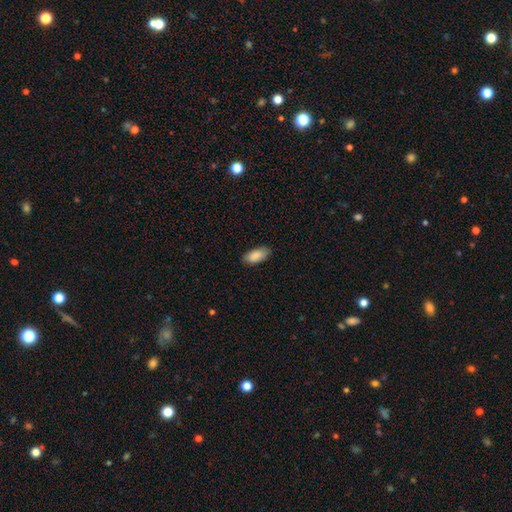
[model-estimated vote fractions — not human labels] smooth-or-featured: smooth: 89% | star or artifact: 6% | featured or disk: 5%
  how-rounded: in between: 91% | cigar-shaped: 7% | round: 2%
  merging: none: 85% | minor disturbance: 12% | major disturbance: 2% | merger: 1%